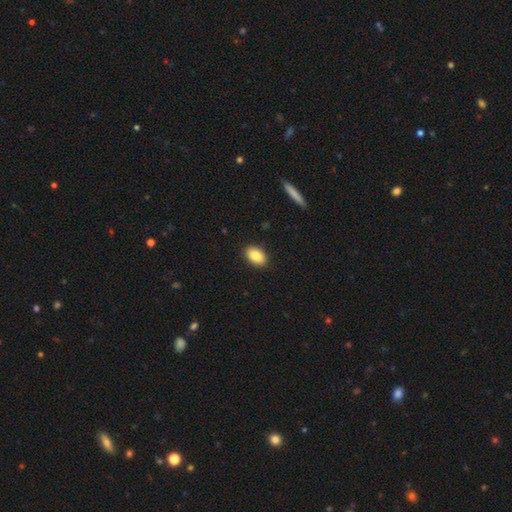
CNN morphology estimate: A smooth galaxy with no disk features (87%) that is in between round and cigar-shaped (88%).

Vote fractions:
- Smooth or featured? smooth: 87% / star or artifact: 7% / featured or disk: 6%
- How rounded? in between: 88% / round: 10% / cigar-shaped: 1%
- Merging? none: 90% / minor disturbance: 7% / major disturbance: 2% / merger: 1%